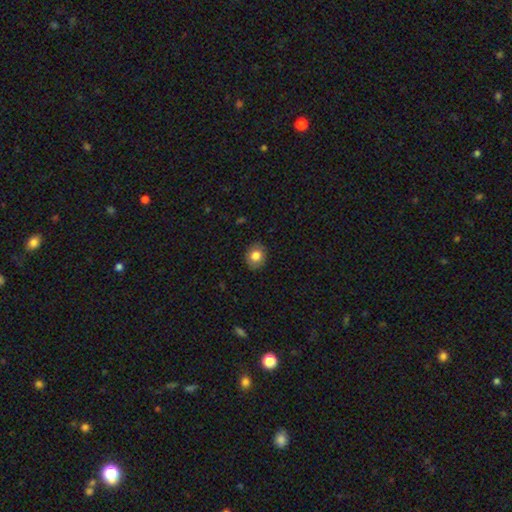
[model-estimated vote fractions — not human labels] Smooth or featured?
  - smooth: 80% *
  - featured or disk: 11%
  - star or artifact: 9%
How rounded?
  - round: 61% *
  - in between: 38%
  - cigar-shaped: 1%
Merging?
  - none: 87% *
  - minor disturbance: 10%
  - major disturbance: 2%
  - merger: 1%